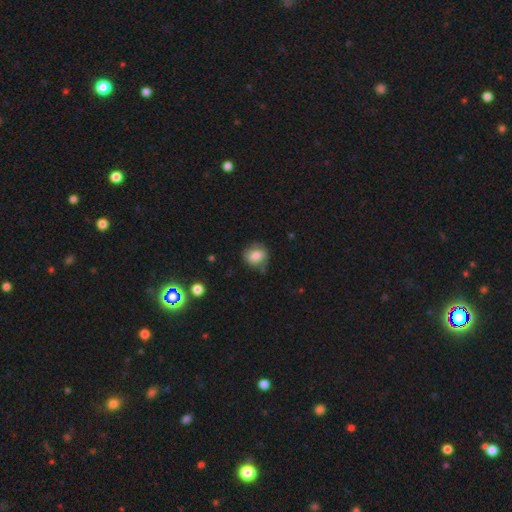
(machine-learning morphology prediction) smooth-or-featured: smooth: 70% | featured or disk: 21% | star or artifact: 9%
  how-rounded: round: 66% | in between: 32% | cigar-shaped: 1%
  merging: none: 63% | minor disturbance: 27% | major disturbance: 8% | merger: 2%